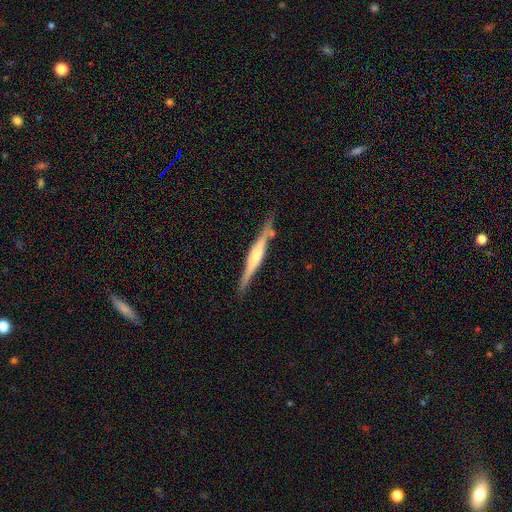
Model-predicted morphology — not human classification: A featured or disk galaxy (69%) viewed edge-on (97%) with a rounded central bulge (69%). Merging: none (81%).